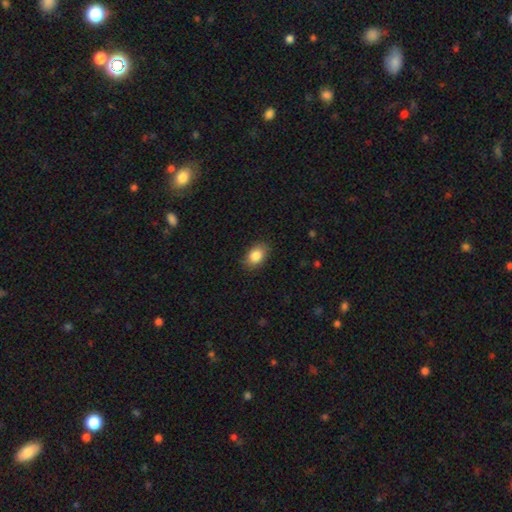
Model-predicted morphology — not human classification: A smooth galaxy with no disk features (86%) that is in between round and cigar-shaped (80%). Merging: none (87%).